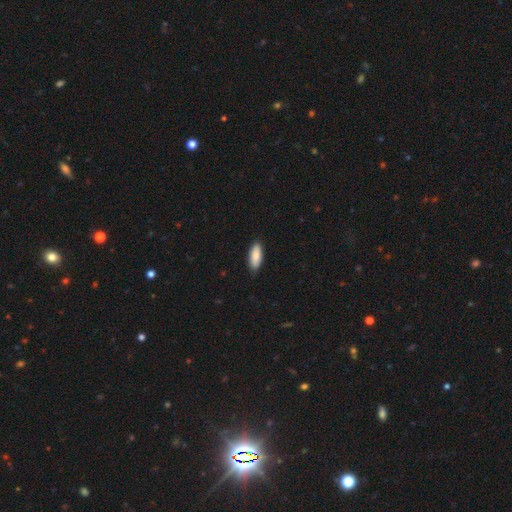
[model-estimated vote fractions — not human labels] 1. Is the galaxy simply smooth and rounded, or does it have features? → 87% smooth, 7% featured or disk, 6% star or artifact.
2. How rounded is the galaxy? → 76% in between, 22% cigar-shaped, 2% round.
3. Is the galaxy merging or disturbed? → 88% none, 10% minor disturbance, 2% major disturbance, 1% merger.